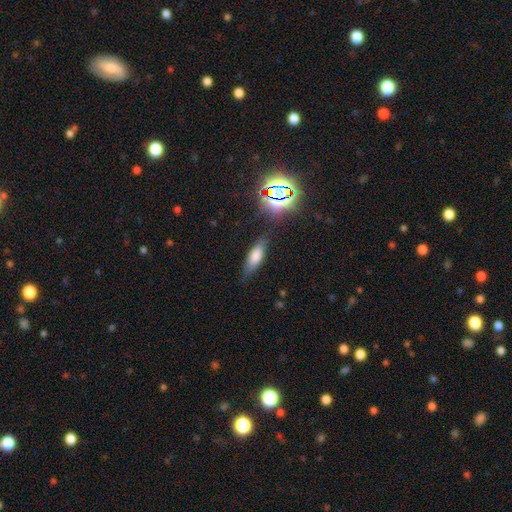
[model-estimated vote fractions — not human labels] This appears to be a smooth galaxy with no disk features (68%) that is in between round and cigar-shaped (59%). Merging: none (74%).